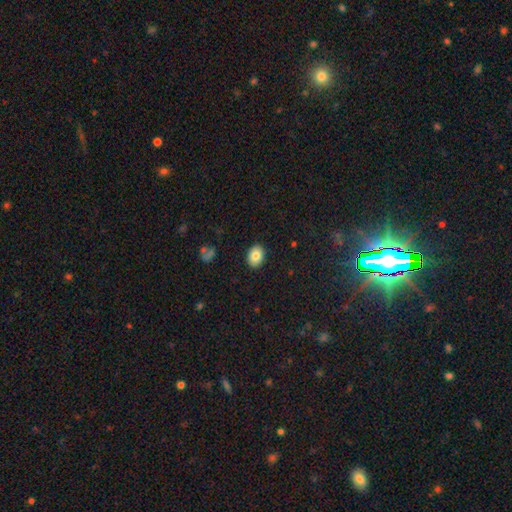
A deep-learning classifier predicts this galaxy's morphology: smooth_or_featured: smooth (p=0.83) [alt: featured or disk p=0.09]
how_rounded: in between (p=0.69) [alt: round p=0.30]
merging: none (p=0.89) [alt: minor disturbance p=0.08]